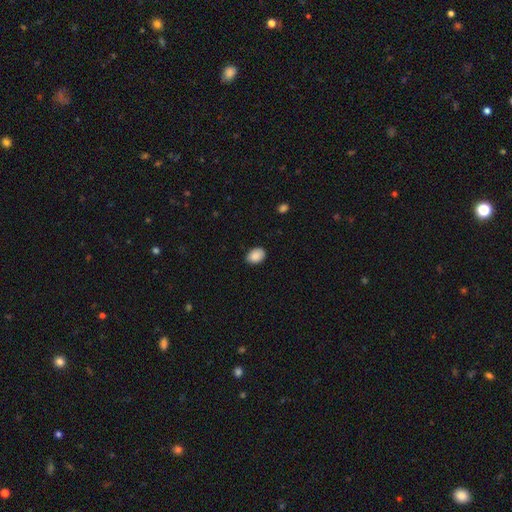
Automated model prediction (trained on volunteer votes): The model was most divided on "how rounded": in between: 76%, round: 23%, cigar-shaped: 1%. More confident: smooth or featured — smooth (89%); merging — none (84%).